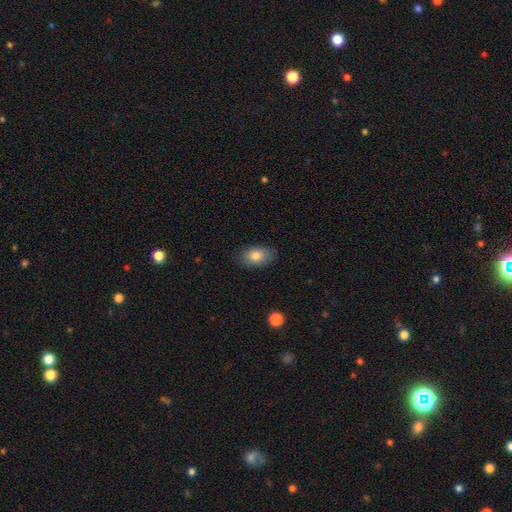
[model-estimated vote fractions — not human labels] Smooth or featured: smooth — 84% (featured or disk — 9%)
How rounded: in between — 90% (round — 9%)
Merging: none — 84% (minor disturbance — 13%)